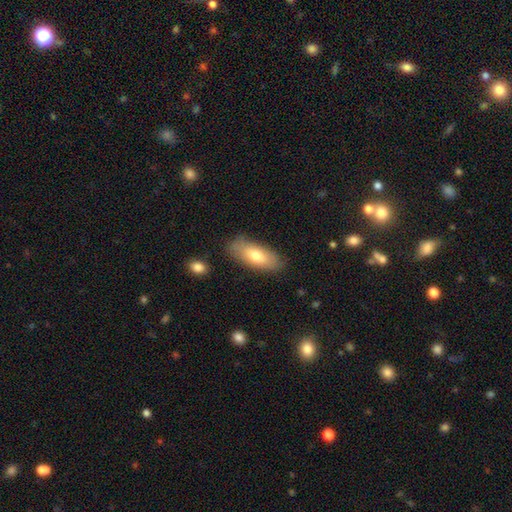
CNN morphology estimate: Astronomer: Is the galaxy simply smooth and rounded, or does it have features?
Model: smooth — 74%.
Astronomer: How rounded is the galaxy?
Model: in between — 81%.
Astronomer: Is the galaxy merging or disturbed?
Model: none — 81%.